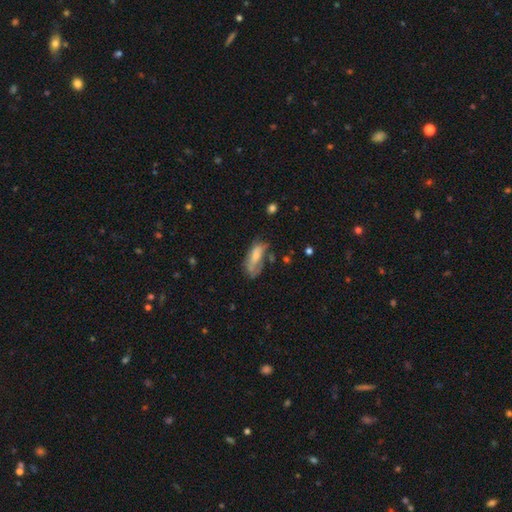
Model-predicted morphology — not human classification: A smooth galaxy with no disk features (57%) that is in between round and cigar-shaped (77%). Merging: none (36%).